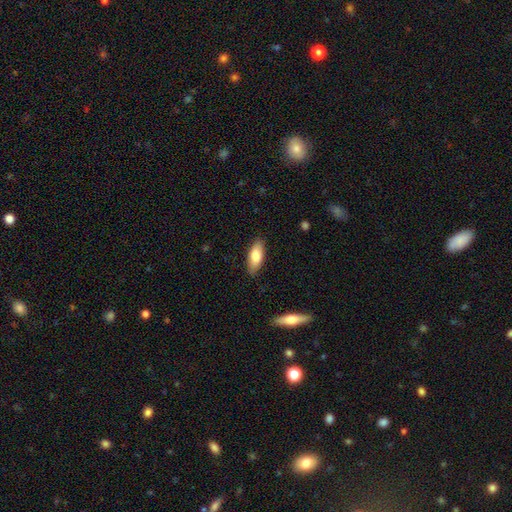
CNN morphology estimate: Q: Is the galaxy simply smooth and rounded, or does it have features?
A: smooth — 78%.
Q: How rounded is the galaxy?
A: in between — 74%.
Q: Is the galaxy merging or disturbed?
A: none — 87%.